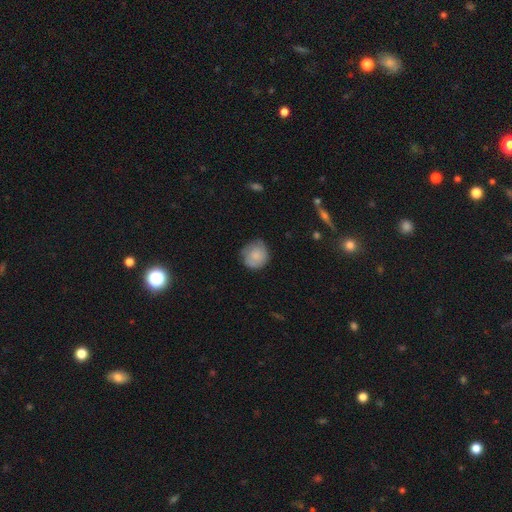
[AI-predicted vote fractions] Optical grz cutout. It shows a smooth galaxy with no disk features (80%) that is round (86%). Merging: none (67%).